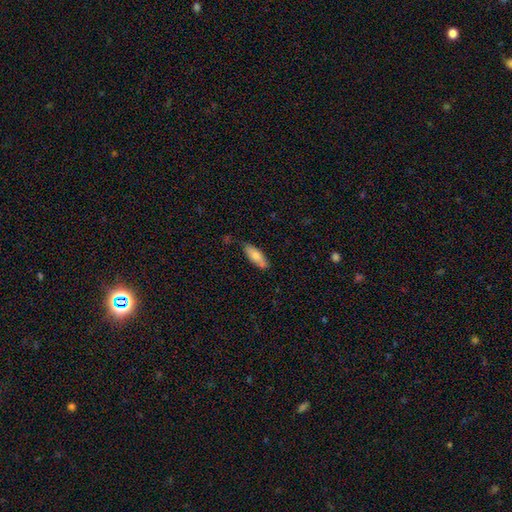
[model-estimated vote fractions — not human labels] Smooth or featured: smooth — 76% (featured or disk — 18%)
How rounded: in between — 64% (cigar-shaped — 34%)
Merging: none — 73% (minor disturbance — 18%)